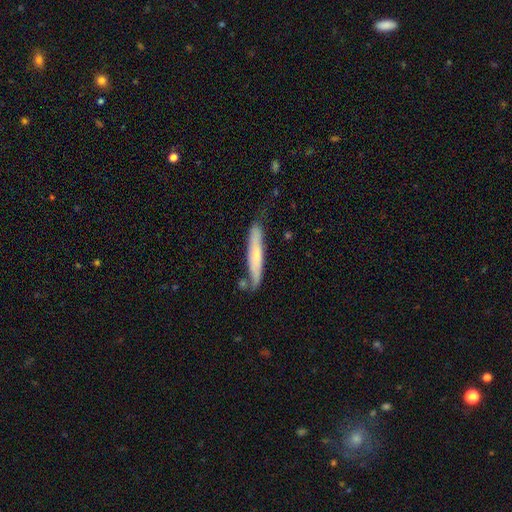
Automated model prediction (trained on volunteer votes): Smooth or featured? Predicted: smooth (p=0.57). How rounded? Predicted: cigar-shaped (p=0.91). Merging? Predicted: none (p=0.66).